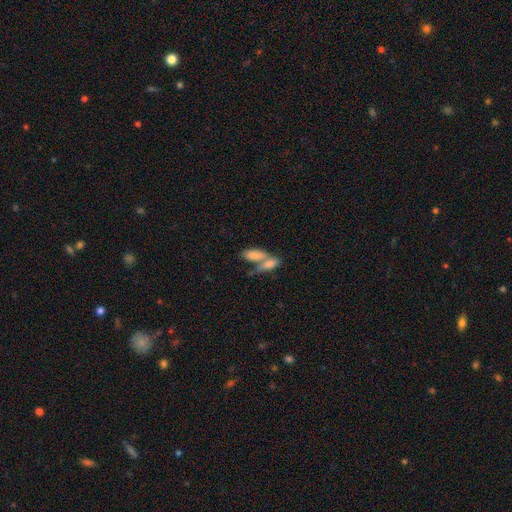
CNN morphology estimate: type=smooth (78%); roundness=in between (77%); merging=merger (64%).